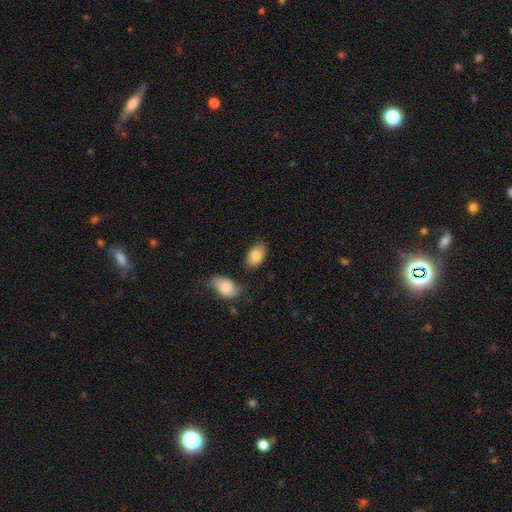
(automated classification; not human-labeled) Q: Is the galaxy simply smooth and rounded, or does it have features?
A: smooth — 84%.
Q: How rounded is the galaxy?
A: in between — 91%.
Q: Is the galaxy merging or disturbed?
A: none — 77%.